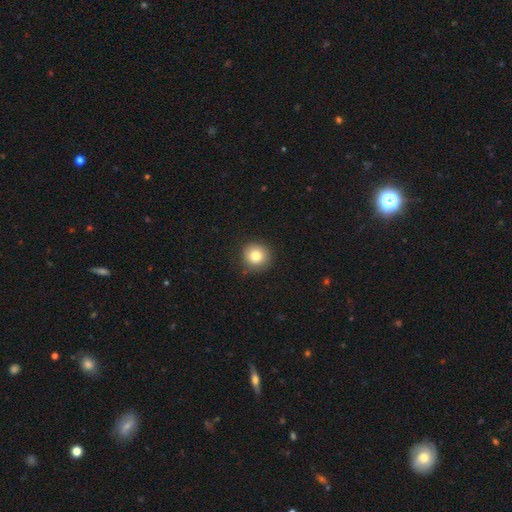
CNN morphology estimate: A smooth galaxy with no disk features (81%) that is round (94%).

Vote fractions:
- Smooth or featured? smooth: 81% / star or artifact: 10% / featured or disk: 9%
- How rounded? round: 94% / in between: 5% / cigar-shaped: 1%
- Merging? none: 88% / minor disturbance: 9% / major disturbance: 2% / merger: 1%